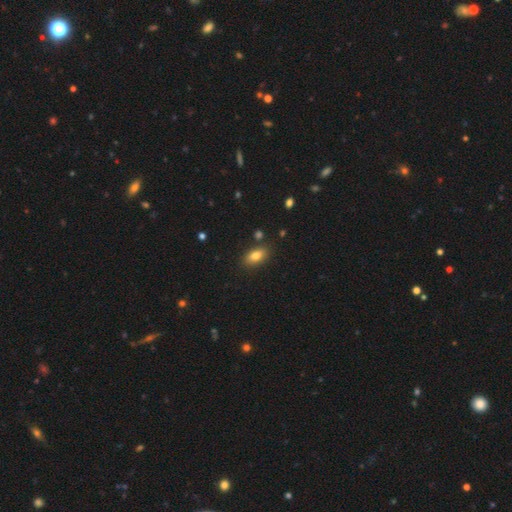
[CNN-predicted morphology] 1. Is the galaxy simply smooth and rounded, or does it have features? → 81% smooth, 11% featured or disk, 9% star or artifact.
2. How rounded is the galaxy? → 88% in between, 6% round, 6% cigar-shaped.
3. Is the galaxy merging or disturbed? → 83% none, 11% minor disturbance, 3% merger, 3% major disturbance.